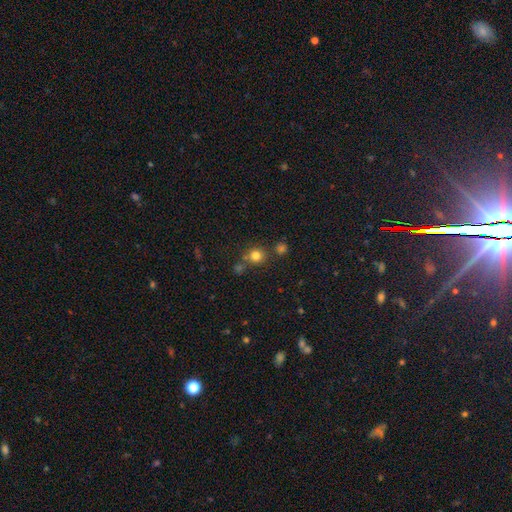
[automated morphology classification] type=smooth (78%); roundness=round (91%); merging=none (74%).